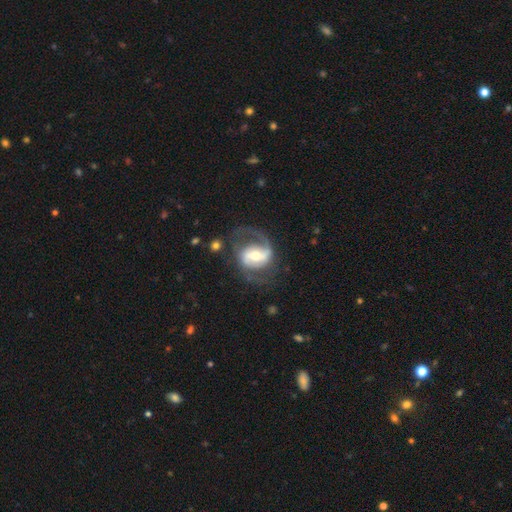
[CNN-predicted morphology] Q: Smooth or featured?
A: featured or disk (82%); runner-up: smooth (13%)
Q: Edge-on disk?
A: no (97%); runner-up: yes (3%)
Q: Bar?
A: weak (40%); runner-up: strong (33%)
Q: Spiral arms?
A: yes (92%); runner-up: no (8%)
Q: Spiral winding?
A: medium (47%); runner-up: loose (36%)
Q: Spiral arm count?
A: 2 (74%); runner-up: 1 (19%)
Q: Bulge size?
A: moderate (65%); runner-up: small (24%)
Q: Merging?
A: none (60%); runner-up: major disturbance (20%)